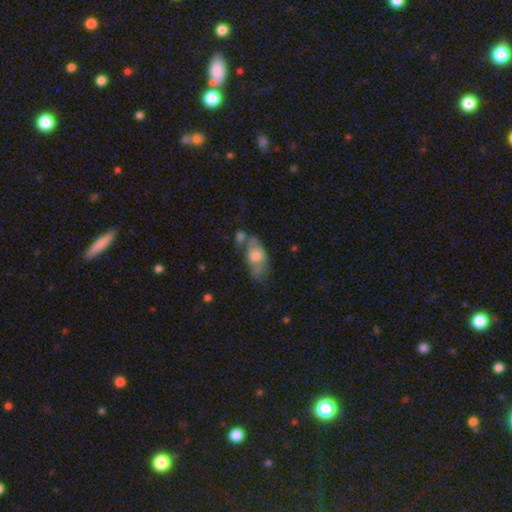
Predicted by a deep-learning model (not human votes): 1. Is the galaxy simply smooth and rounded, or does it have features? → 54% smooth, 39% featured or disk, 7% star or artifact.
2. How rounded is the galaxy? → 86% in between, 7% cigar-shaped, 7% round.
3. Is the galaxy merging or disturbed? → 38% none, 26% minor disturbance, 20% merger, 16% major disturbance.